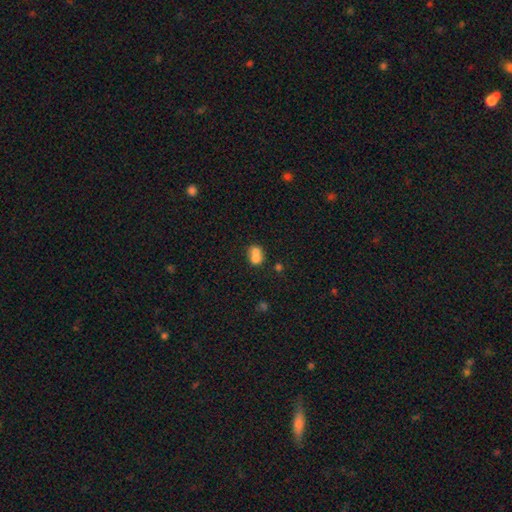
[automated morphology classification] Smooth or featured?
  - smooth: 74% *
  - featured or disk: 15%
  - star or artifact: 11%
How rounded?
  - in between: 59% *
  - round: 39%
  - cigar-shaped: 2%
Merging?
  - merger: 54% *
  - none: 30%
  - minor disturbance: 11%
  - major disturbance: 5%